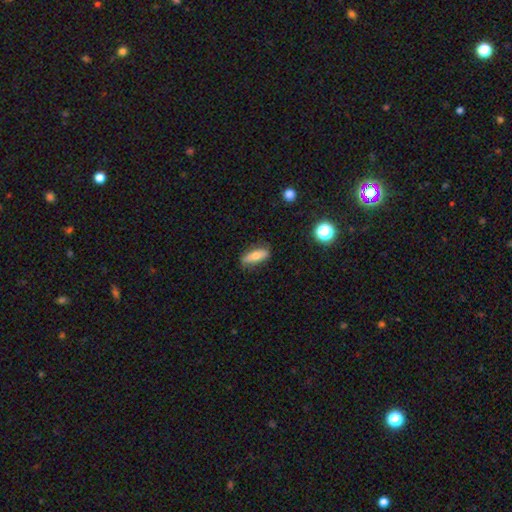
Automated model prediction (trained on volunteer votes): A smooth galaxy with no disk features (61%) that is in between round and cigar-shaped (59%).

Vote fractions:
- Smooth or featured? smooth: 61% / featured or disk: 31% / star or artifact: 8%
- How rounded? in between: 59% / cigar-shaped: 37% / round: 4%
- Merging? none: 78% / minor disturbance: 17% / major disturbance: 4% / merger: 1%